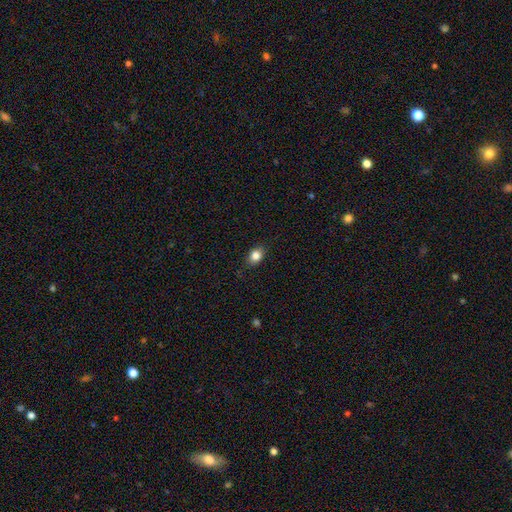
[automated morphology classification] This is clearly a smooth galaxy (83%). How rounded: likely in between (61%). Merging: clearly none (82%).